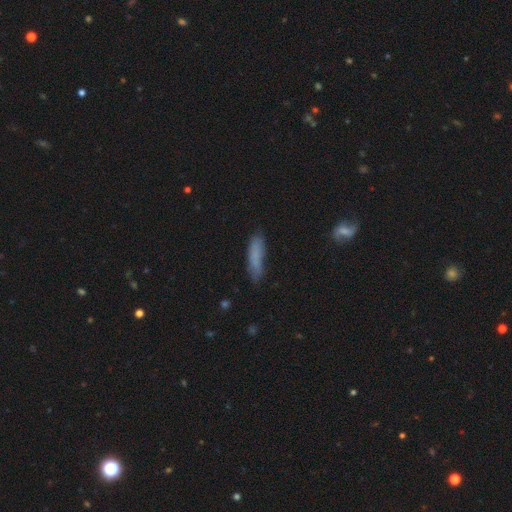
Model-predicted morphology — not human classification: Q: Smooth or featured?
A: smooth (77%); runner-up: featured or disk (15%)
Q: How rounded?
A: cigar-shaped (75%); runner-up: in between (23%)
Q: Merging?
A: none (68%); runner-up: minor disturbance (23%)